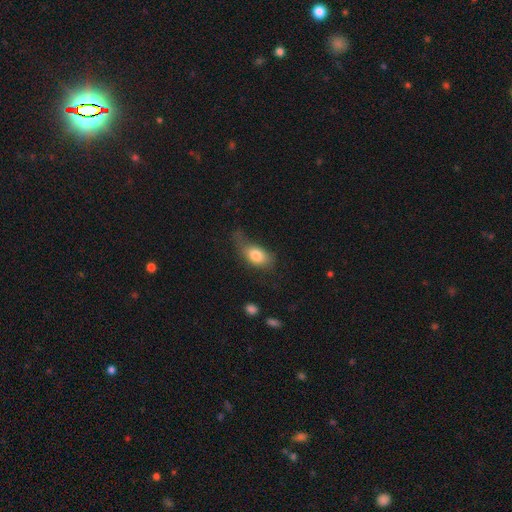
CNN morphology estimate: Smooth or featured?
  - smooth: 78% *
  - featured or disk: 14%
  - star or artifact: 8%
How rounded?
  - in between: 85% *
  - round: 11%
  - cigar-shaped: 4%
Merging?
  - none: 37% *
  - minor disturbance: 33%
  - major disturbance: 27%
  - merger: 3%